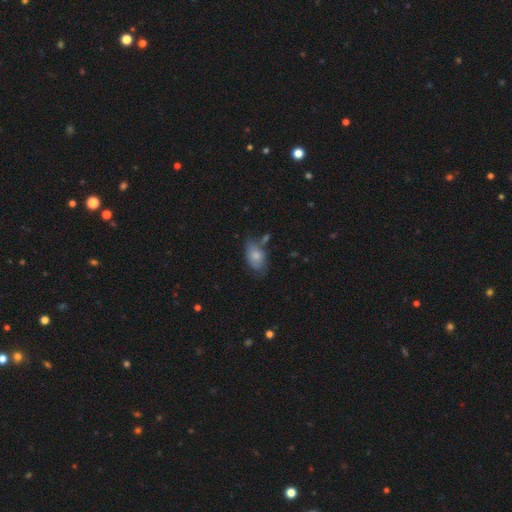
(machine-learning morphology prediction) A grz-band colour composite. It shows a smooth galaxy with no disk features (74%) that is in between round and cigar-shaped (90%). Merging: none (52%).